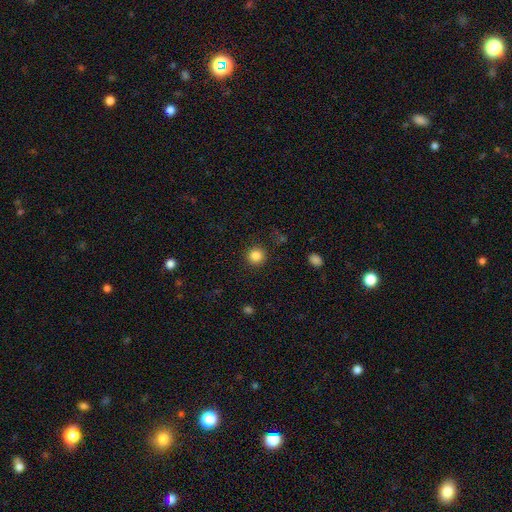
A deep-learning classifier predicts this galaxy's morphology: A smooth galaxy with no disk features (85%) that is round (93%). Merging: none (90%).